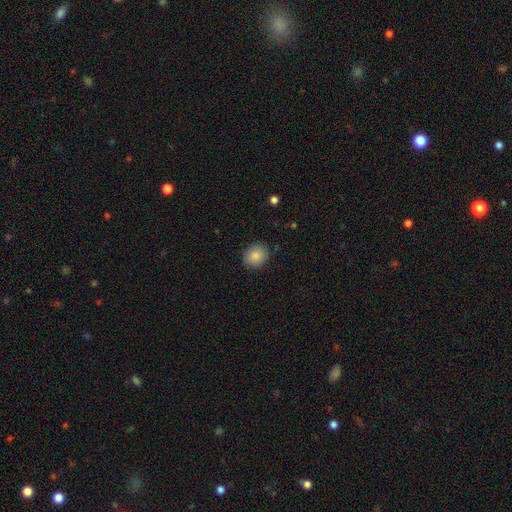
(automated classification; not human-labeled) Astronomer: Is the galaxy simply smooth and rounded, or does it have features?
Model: smooth — 86%.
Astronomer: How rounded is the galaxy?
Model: round — 68%.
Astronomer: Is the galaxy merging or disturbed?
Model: none — 87%.